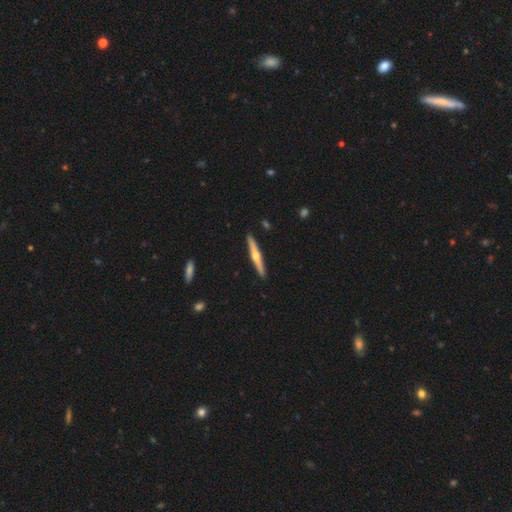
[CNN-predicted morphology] type=featured or disk (70%); edge-on=yes (98%); edge-on bulge=rounded (93%); merging=none (92%).